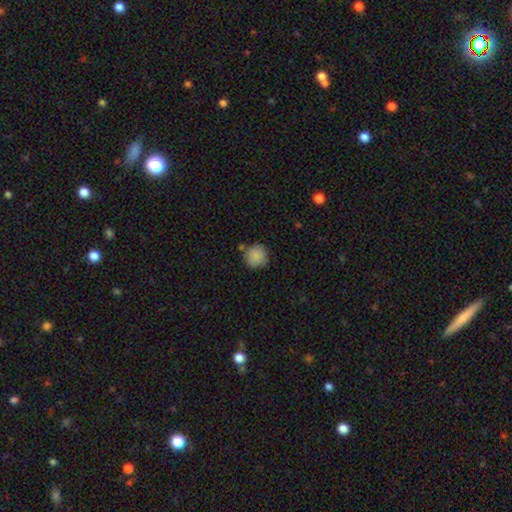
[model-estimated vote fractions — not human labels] Morphology: type=smooth (87%); roundness=round (92%); merging=none (77%).